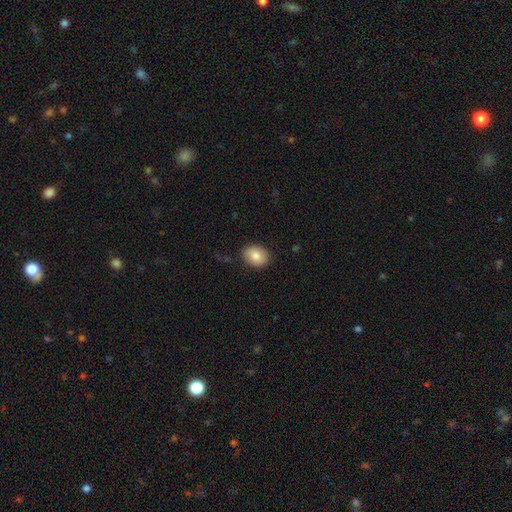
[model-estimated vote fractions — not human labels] Smooth or featured: smooth — 82% (featured or disk — 10%)
How rounded: in between — 60% (round — 39%)
Merging: none — 88% (minor disturbance — 9%)